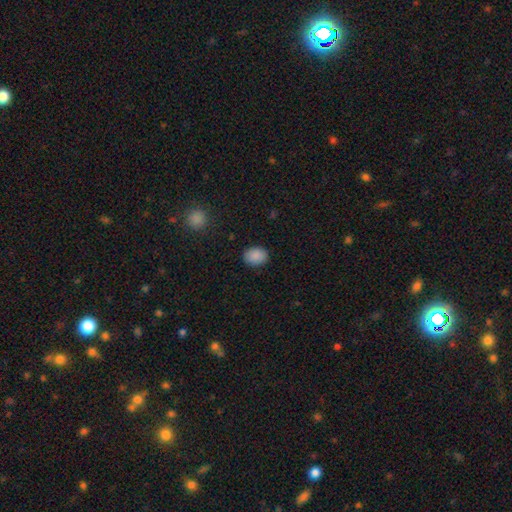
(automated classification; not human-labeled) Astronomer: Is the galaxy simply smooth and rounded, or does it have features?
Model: smooth — 89%.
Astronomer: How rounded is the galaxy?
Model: in between — 61% (runner-up: round, 38%).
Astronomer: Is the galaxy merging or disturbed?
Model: none — 88%.